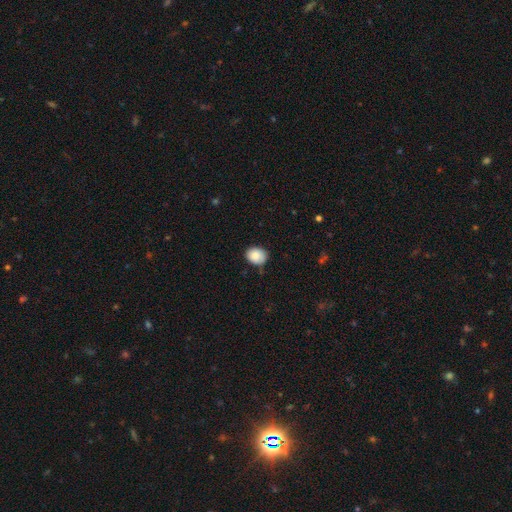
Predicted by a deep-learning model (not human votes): A smooth galaxy with no disk features (86%) that is in between round and cigar-shaped (50%).

Vote fractions:
- Smooth or featured? smooth: 86% / star or artifact: 8% / featured or disk: 6%
- How rounded? in between: 50% / round: 49% / cigar-shaped: 1%
- Merging? none: 74% / minor disturbance: 21% / major disturbance: 3% / merger: 2%